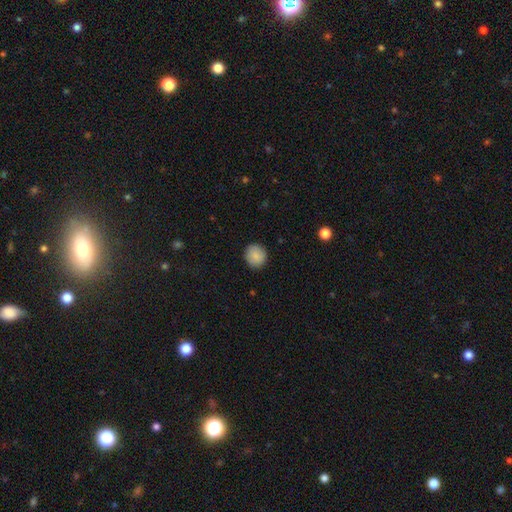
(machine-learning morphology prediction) smooth 85%, star or artifact 8%, featured or disk 7%. Down the decision tree: how rounded — round (88%); merging — none (89%).